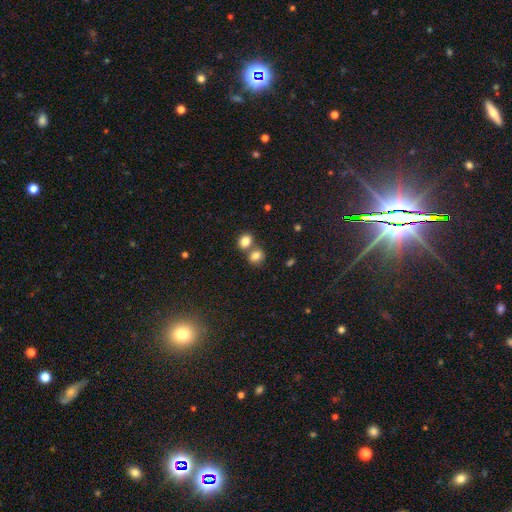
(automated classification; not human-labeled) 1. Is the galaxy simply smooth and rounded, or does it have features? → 81% smooth, 11% star or artifact, 8% featured or disk.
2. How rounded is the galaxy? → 61% round, 38% in between, 1% cigar-shaped.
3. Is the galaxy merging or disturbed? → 48% none, 41% merger, 8% minor disturbance, 3% major disturbance.